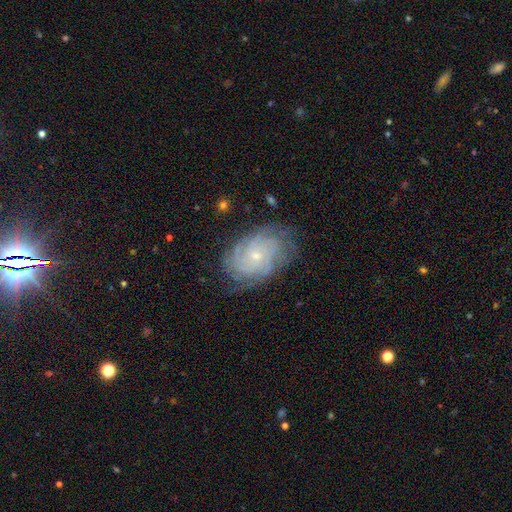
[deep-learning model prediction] featured or disk 81%, smooth 11%, star or artifact 8%. Down the decision tree: edge-on disk — no (97%); bar — no (78%); spiral arms — yes (96%); spiral arm count — can't tell (34%); spiral winding — tight (74%); bulge size — small (76%); merging — none (77%).